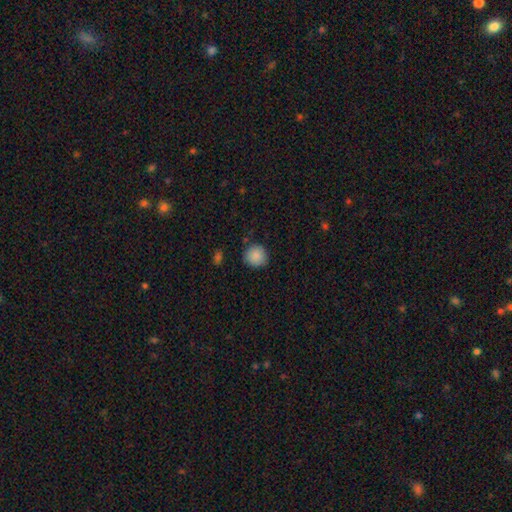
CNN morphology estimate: Smooth or featured? Predicted: smooth (p=0.88). How rounded? Predicted: round (p=0.91). Merging? Predicted: none (p=0.86).